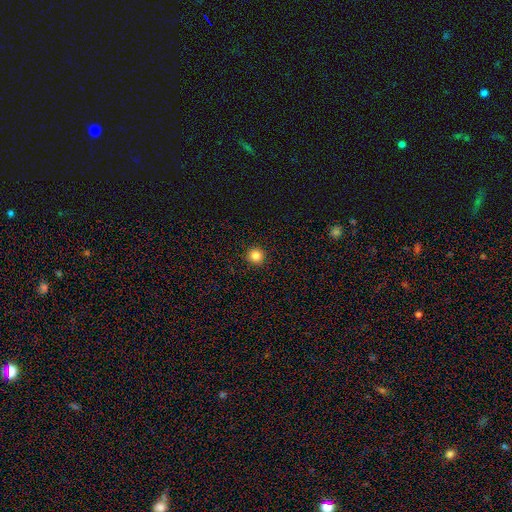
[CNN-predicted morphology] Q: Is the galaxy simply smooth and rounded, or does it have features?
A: smooth — 84%.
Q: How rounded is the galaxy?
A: round — 95%.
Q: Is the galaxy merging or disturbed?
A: none — 93%.